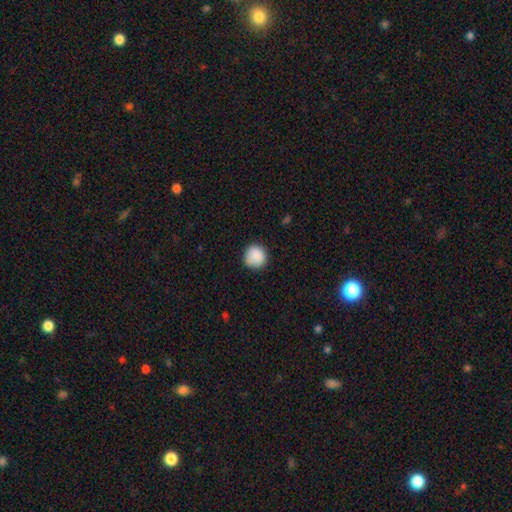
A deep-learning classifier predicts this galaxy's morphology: smooth 88%, star or artifact 8%, featured or disk 4%. Down the decision tree: how rounded — round (91%); merging — none (84%).